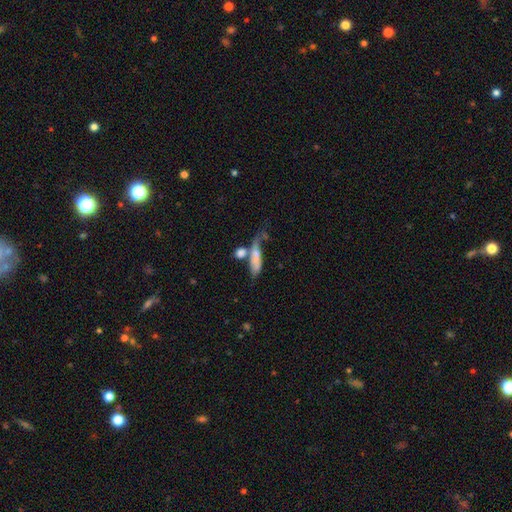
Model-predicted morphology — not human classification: type=smooth (52%); roundness=cigar-shaped (54%); merging=merger (34%).